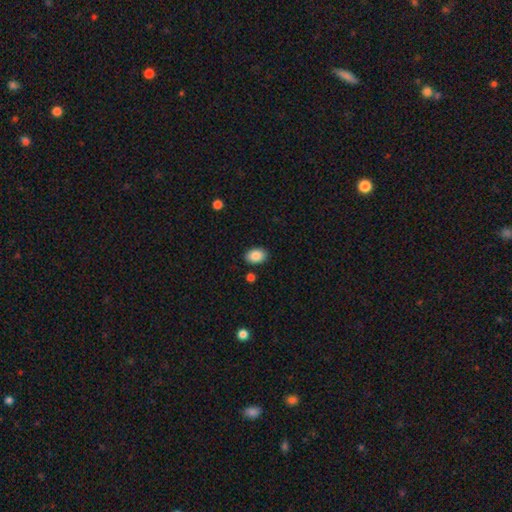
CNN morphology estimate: This is clearly a smooth galaxy (88%). How rounded: clearly in between (84%). Merging: clearly none (87%).